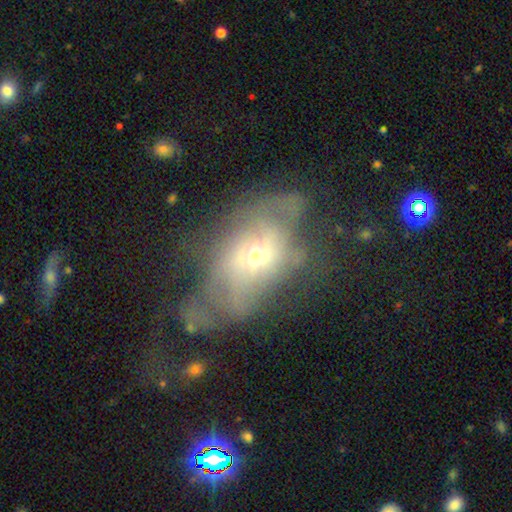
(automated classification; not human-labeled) Q: Smooth or featured?
A: featured or disk (58%); runner-up: smooth (30%)
Q: Edge-on disk?
A: no (91%); runner-up: yes (9%)
Q: Bar?
A: no (76%); runner-up: weak (18%)
Q: Spiral arms?
A: no (63%); runner-up: yes (37%)
Q: Bulge size?
A: moderate (47%); runner-up: small (46%)
Q: Merging?
A: major disturbance (48%); runner-up: none (25%)